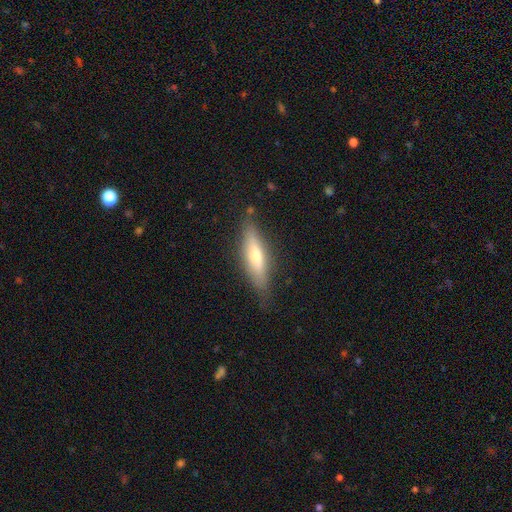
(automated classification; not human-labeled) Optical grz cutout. It shows a featured or disk galaxy (51%) viewed edge-on (87%). Merging: none (82%).